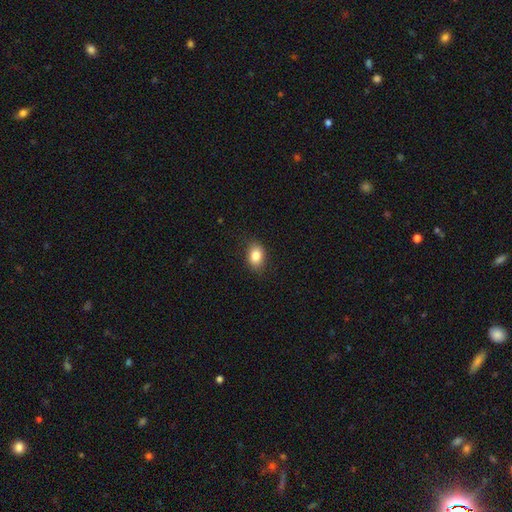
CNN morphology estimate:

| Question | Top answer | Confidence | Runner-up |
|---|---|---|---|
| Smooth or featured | smooth | 84% | star or artifact (9%) |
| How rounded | in between | 75% | round (23%) |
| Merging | none | 83% | minor disturbance (13%) |